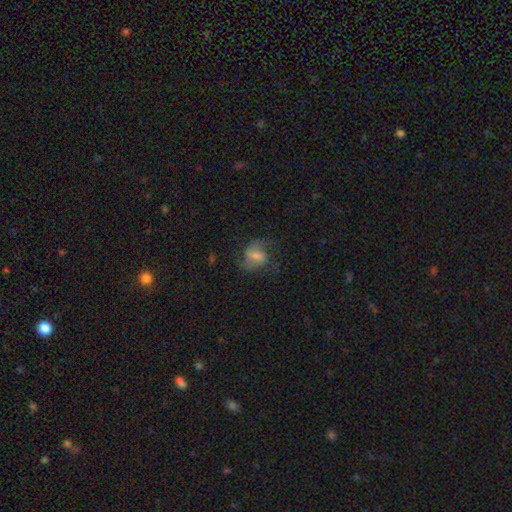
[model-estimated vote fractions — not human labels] Smooth or featured: featured or disk — 55% (smooth — 36%)
Edge-on disk: no — 97% (yes — 3%)
Bar: weak — 48% (strong — 29%)
Spiral arms: yes — 86% (no — 14%)
Bulge size: moderate — 34% (small — 33%)
Merging: none — 57% (minor disturbance — 21%)